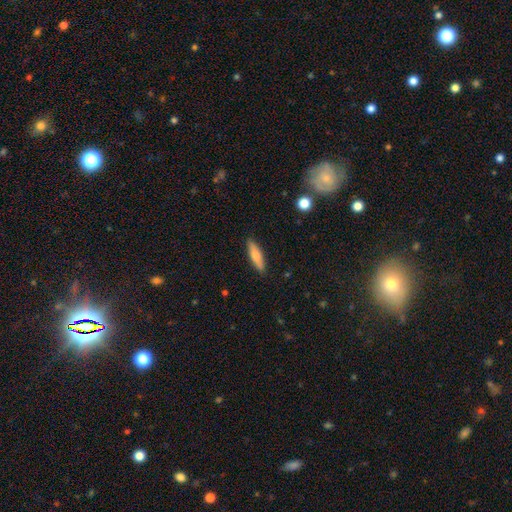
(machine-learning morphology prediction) Smooth or featured?
  - smooth: 69% *
  - featured or disk: 25%
  - star or artifact: 6%
How rounded?
  - cigar-shaped: 72% *
  - in between: 26%
  - round: 2%
Merging?
  - none: 89% *
  - minor disturbance: 8%
  - major disturbance: 2%
  - merger: 1%